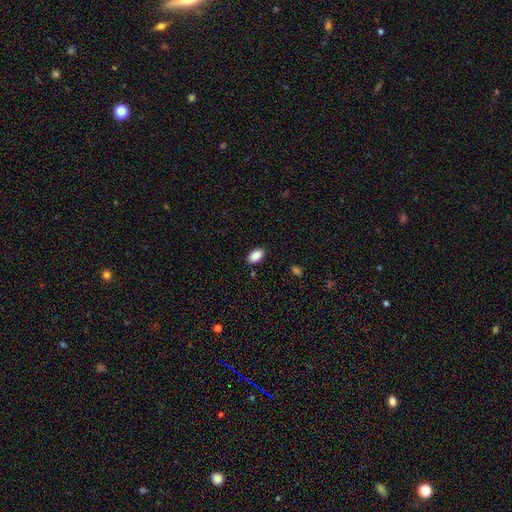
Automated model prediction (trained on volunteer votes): This appears to be a smooth galaxy with no disk features (89%) that is in between round and cigar-shaped (93%). Merging: none (88%).